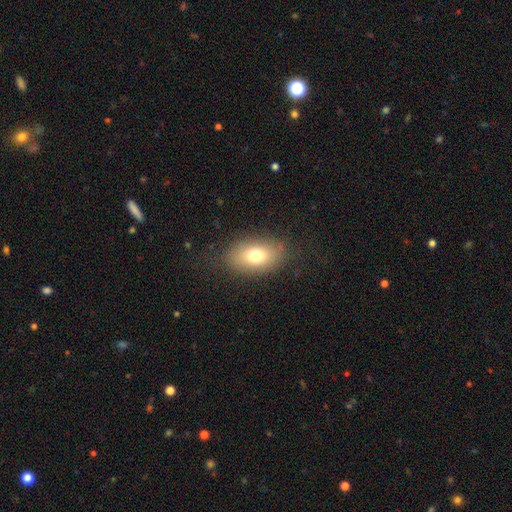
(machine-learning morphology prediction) This appears to be a smooth galaxy with no disk features (75%) that is in between round and cigar-shaped (87%). Merging: none (80%).